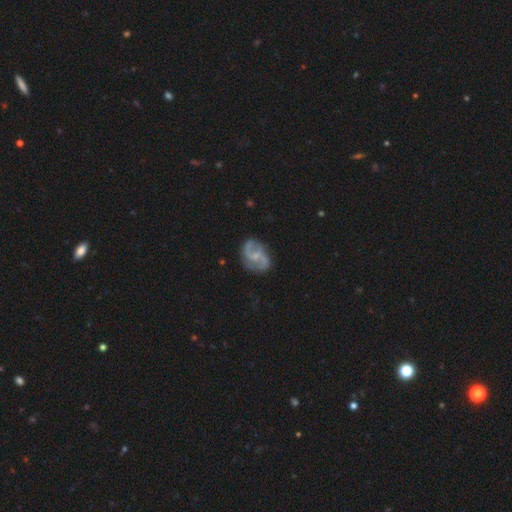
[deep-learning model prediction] featured or disk 84%, smooth 10%, star or artifact 6%. Down the decision tree: edge-on disk — no (98%); bar — weak (46%); spiral arms — yes (96%); spiral arm count — 2 (88%); spiral winding — medium (47%); bulge size — small (52%); merging — none (74%).